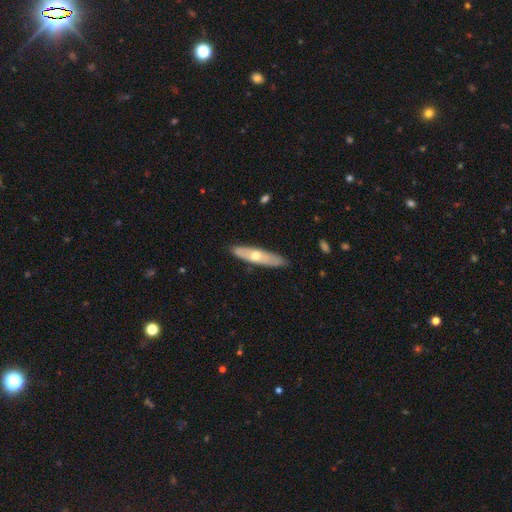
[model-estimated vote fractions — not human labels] featured or disk 52%, smooth 43%, star or artifact 6%. Down the decision tree: edge-on disk — yes (64%); merging — none (85%).